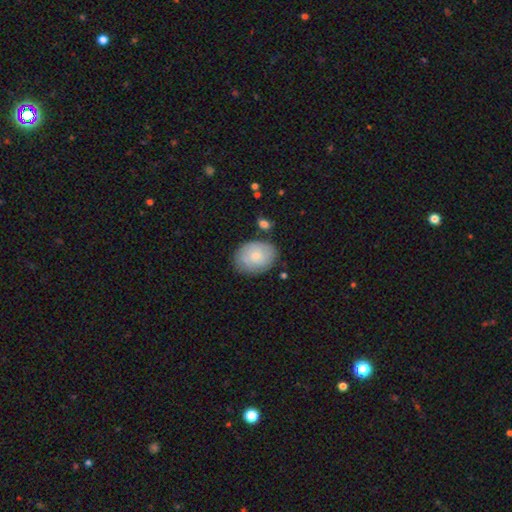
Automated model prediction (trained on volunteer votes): Smooth or featured?
  - smooth: 64% *
  - featured or disk: 29%
  - star or artifact: 7%
How rounded?
  - in between: 64% *
  - round: 35%
  - cigar-shaped: 1%
Merging?
  - none: 73% *
  - minor disturbance: 19%
  - major disturbance: 5%
  - merger: 4%